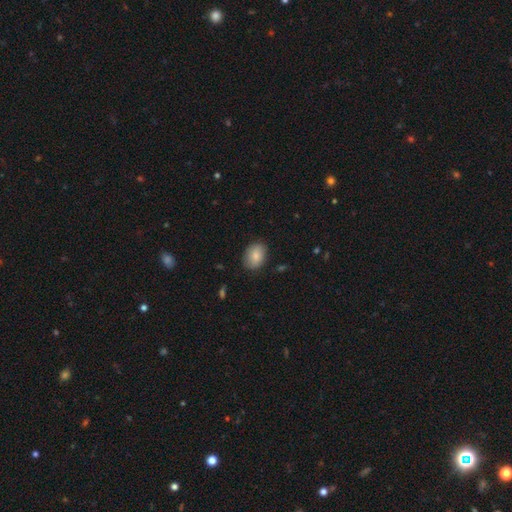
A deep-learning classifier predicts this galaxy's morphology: Smooth or featured: smooth — 83% (featured or disk — 10%)
How rounded: in between — 77% (round — 22%)
Merging: none — 83% (minor disturbance — 13%)